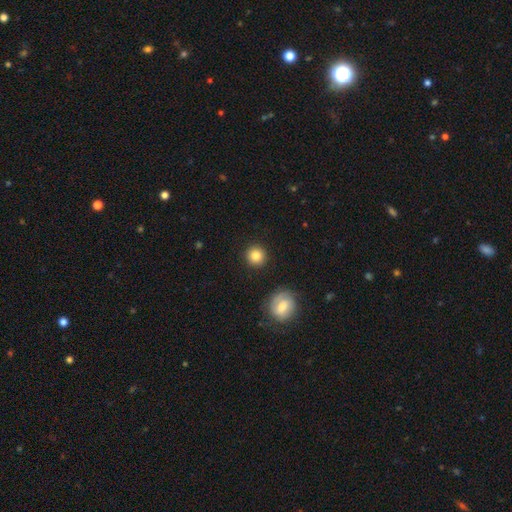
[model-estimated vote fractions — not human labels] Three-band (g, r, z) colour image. It shows a smooth galaxy with no disk features (84%) that is round (93%). Merging: none (90%).